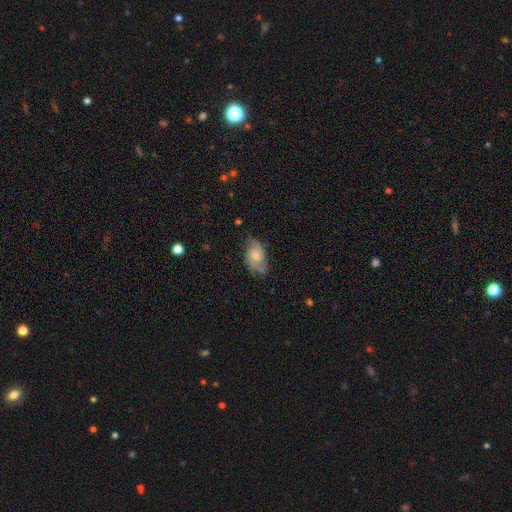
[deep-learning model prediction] Morphology: type=featured or disk (52%); edge-on=no (93%); merging=none (61%).